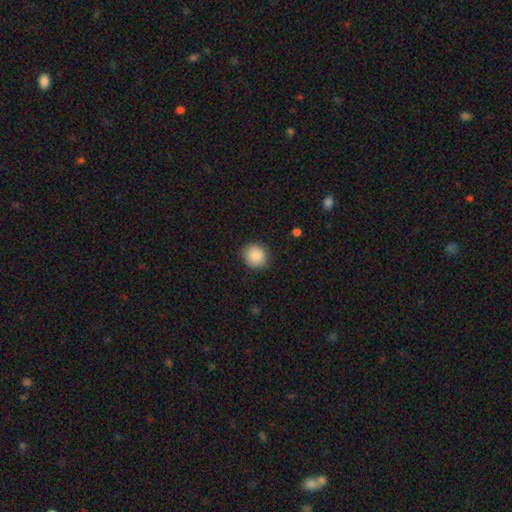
This appears to be a smooth galaxy with no disk features (92%) that is round (95%). Merging: none (84%).